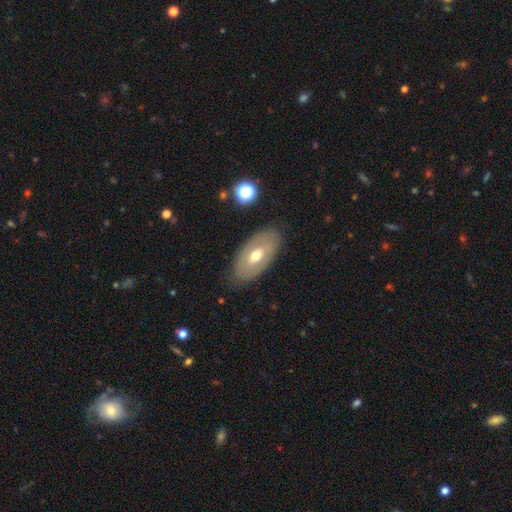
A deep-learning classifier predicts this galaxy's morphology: This appears to be a smooth galaxy with no disk features (47%). Merging: none (82%).